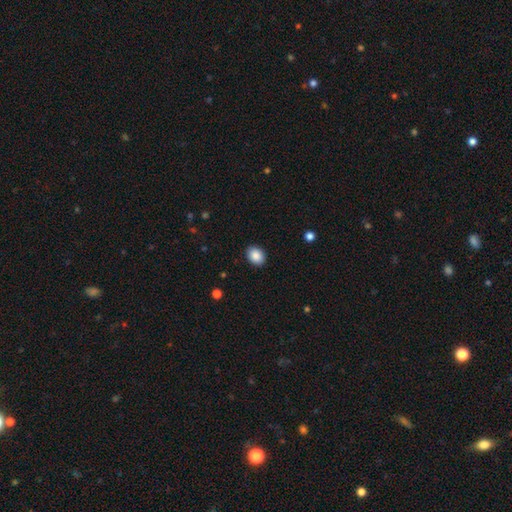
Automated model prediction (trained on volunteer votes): The model was most divided on "how rounded": in between: 67%, round: 32%, cigar-shaped: 1%. More confident: merging — none (90%); smooth or featured — smooth (88%).